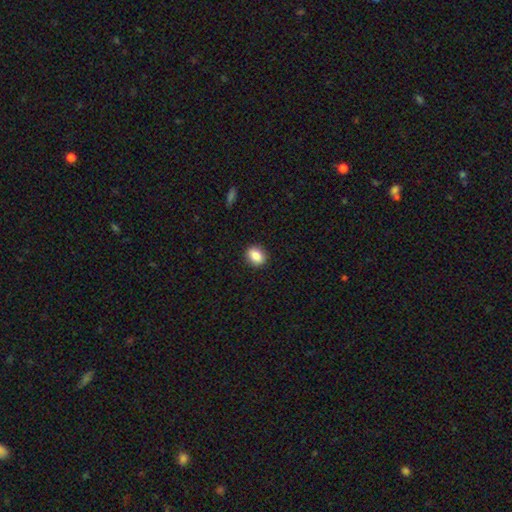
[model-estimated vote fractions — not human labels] The model was most divided on "how rounded": in between: 52%, round: 46%, cigar-shaped: 1%. More confident: merging — none (89%); smooth or featured — smooth (86%).